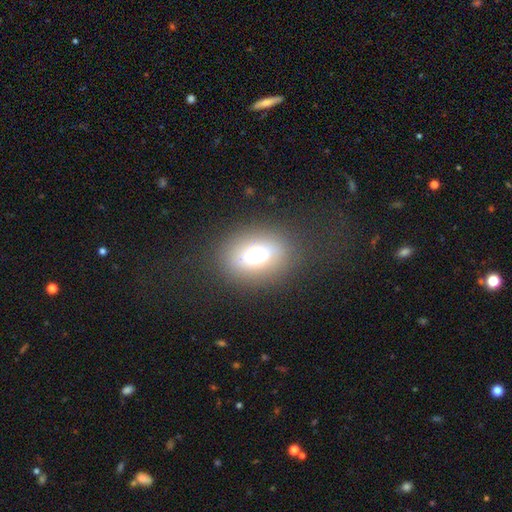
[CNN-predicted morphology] smooth 64%, star or artifact 19%, featured or disk 17%. Down the decision tree: how rounded — in between (57%); merging — none (82%).